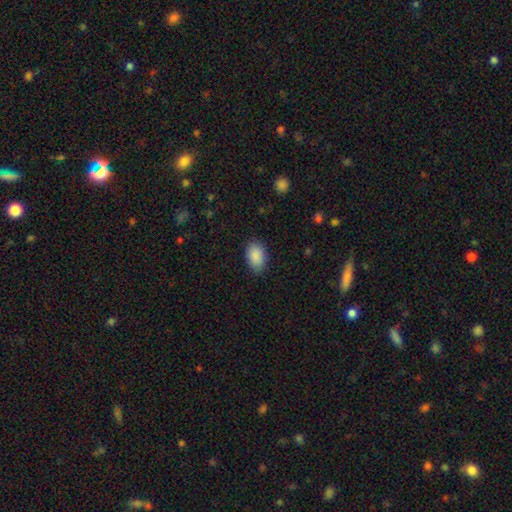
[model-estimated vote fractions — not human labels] This appears to be a smooth galaxy with no disk features (90%) that is in between round and cigar-shaped (91%). Merging: none (84%).